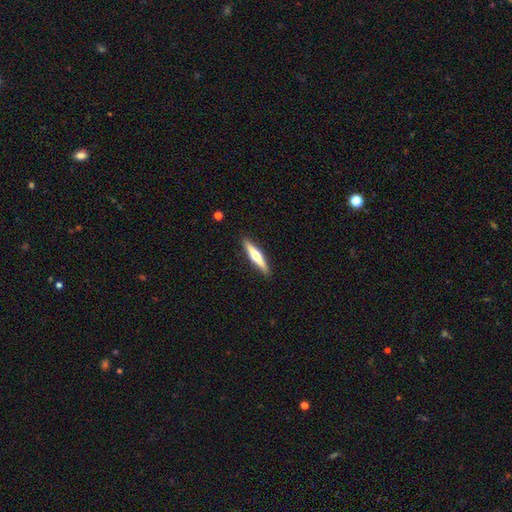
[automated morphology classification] smooth-or-featured: featured or disk: 60% | smooth: 35% | star or artifact: 5%
  disk-edge-on: yes: 97% | no: 3%
    edge-on-bulge: rounded: 92% | none: 4% | boxy: 4%
  merging: none: 91% | minor disturbance: 6% | major disturbance: 1% | merger: 1%